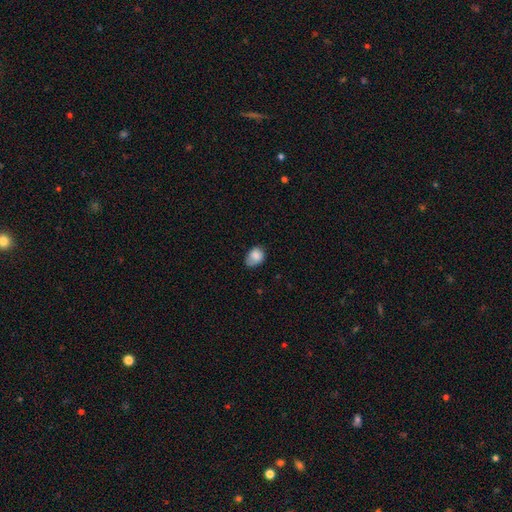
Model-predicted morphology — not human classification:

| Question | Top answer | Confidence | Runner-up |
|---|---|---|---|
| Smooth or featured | smooth | 83% | featured or disk (8%) |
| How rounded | in between | 63% | round (36%) |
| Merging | none | 49% | minor disturbance (38%) |